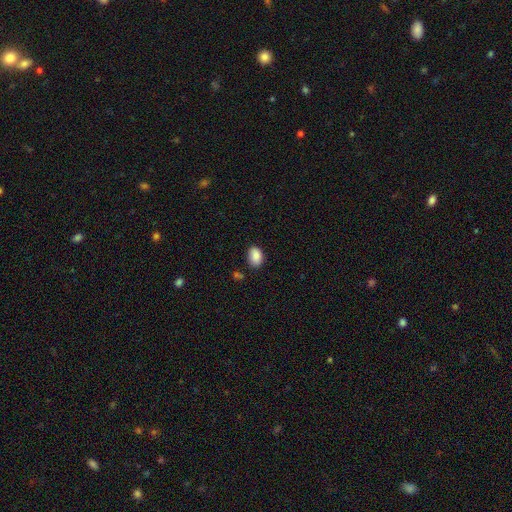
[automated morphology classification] type=smooth (88%); roundness=in between (83%); merging=none (80%).